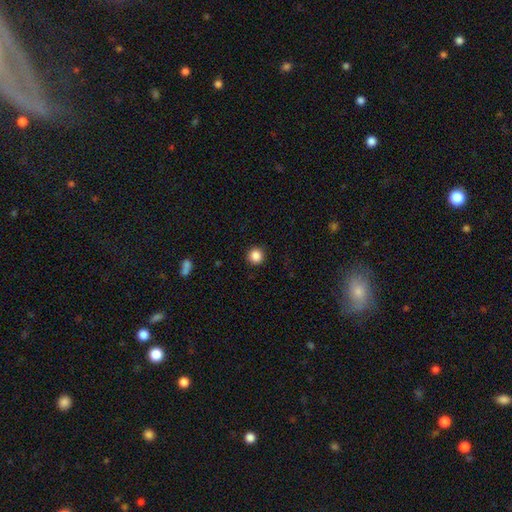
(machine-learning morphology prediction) smooth 87%, star or artifact 10%, featured or disk 3%. Down the decision tree: how rounded — round (94%); merging — none (92%).